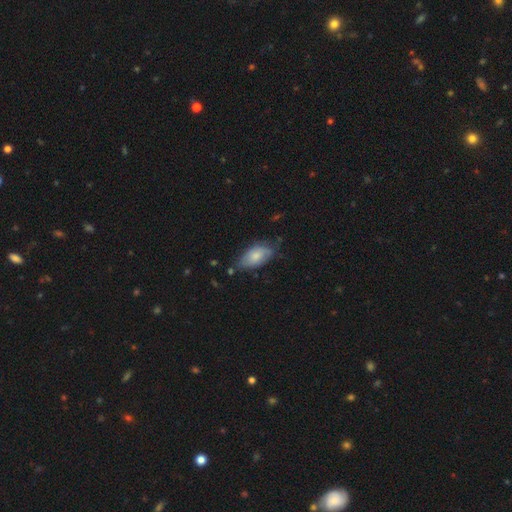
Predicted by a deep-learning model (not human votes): This appears to be a smooth galaxy with no disk features (68%) that is in between round and cigar-shaped (93%). Merging: none (56%).